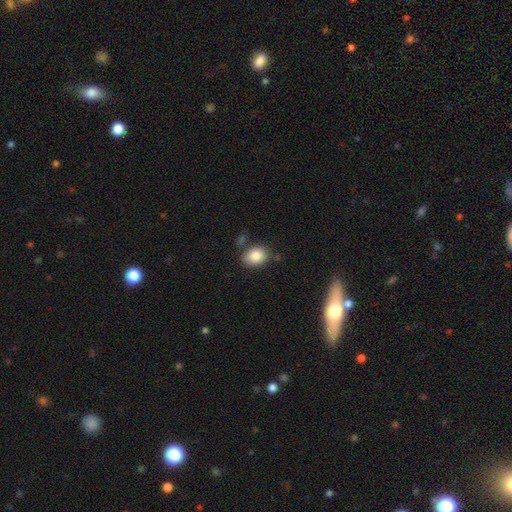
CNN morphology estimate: A smooth galaxy with no disk features (85%) that is in between round and cigar-shaped (68%). Merging: none (71%).